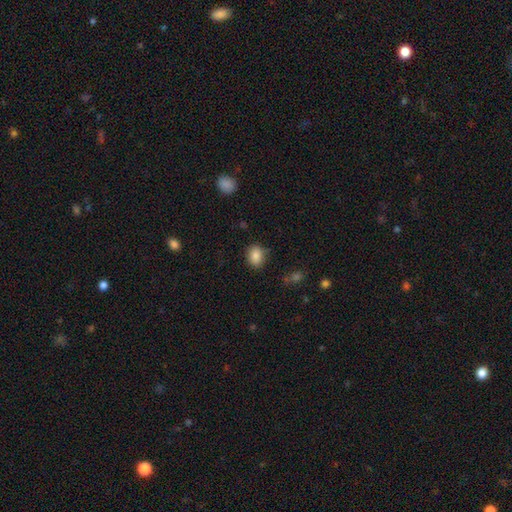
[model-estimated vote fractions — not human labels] Overall: smooth (86%). How rounded: in between (59%; round 39%). Merging: none (83%).